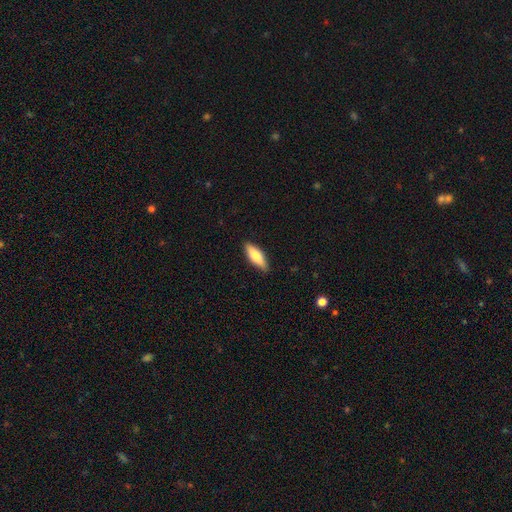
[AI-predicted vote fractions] A smooth galaxy with no disk features (72%) that is in between round and cigar-shaped (55%).

Vote fractions:
- Smooth or featured? smooth: 72% / featured or disk: 22% / star or artifact: 6%
- How rounded? in between: 55% / cigar-shaped: 43% / round: 2%
- Merging? none: 88% / minor disturbance: 9% / major disturbance: 2% / merger: 1%